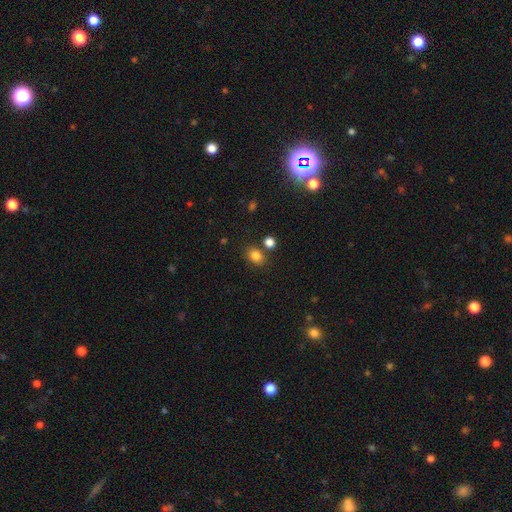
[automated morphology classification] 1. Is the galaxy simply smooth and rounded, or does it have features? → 82% smooth, 12% star or artifact, 6% featured or disk.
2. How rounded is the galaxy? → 56% in between, 42% round, 1% cigar-shaped.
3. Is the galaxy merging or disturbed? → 74% none, 11% merger, 11% minor disturbance, 4% major disturbance.